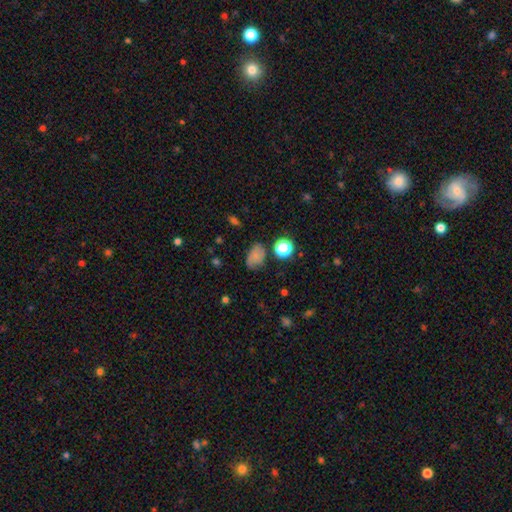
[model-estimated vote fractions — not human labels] A smooth galaxy with no disk features (69%) that is in between round and cigar-shaped (77%). Merging: none (61%).